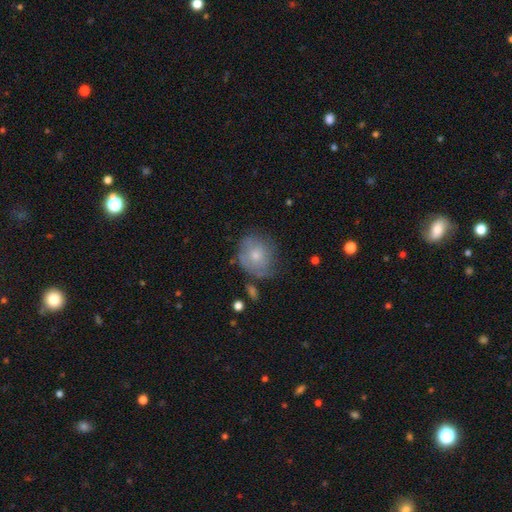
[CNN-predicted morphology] smooth_or_featured: smooth (p=0.56) [alt: featured or disk p=0.36]
how_rounded: round (p=0.72) [alt: in between p=0.27]
merging: none (p=0.54) [alt: minor disturbance p=0.30]